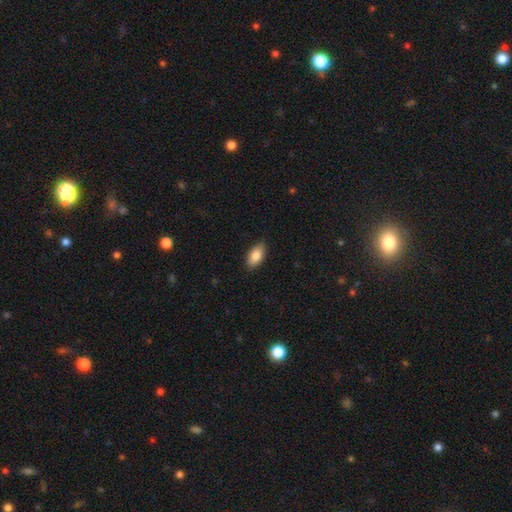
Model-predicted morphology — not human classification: A smooth galaxy with no disk features (85%) that is in between round and cigar-shaped (92%).

Vote fractions:
- Smooth or featured? smooth: 85% / featured or disk: 9% / star or artifact: 7%
- How rounded? in between: 92% / cigar-shaped: 4% / round: 3%
- Merging? none: 88% / minor disturbance: 9% / major disturbance: 2% / merger: 1%